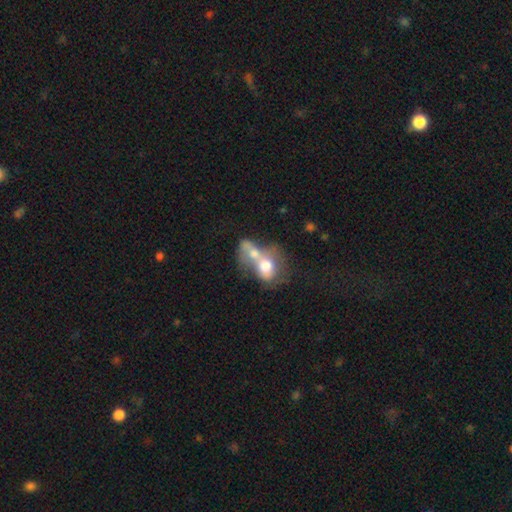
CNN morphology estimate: Smooth or featured? smooth (58%)
How rounded? in between (60%)
Merging? merger (78%)